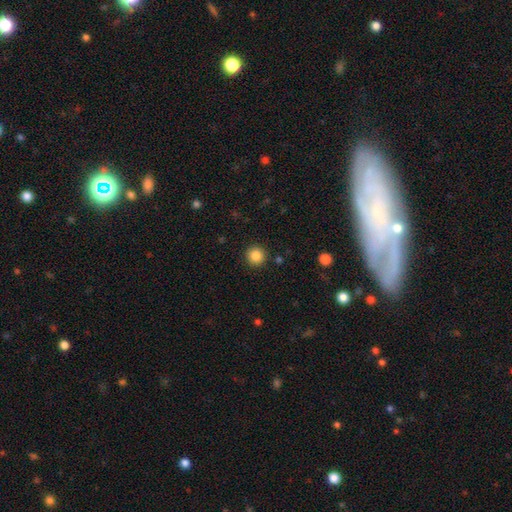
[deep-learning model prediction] Smooth or featured?
  - smooth: 86% *
  - star or artifact: 11%
  - featured or disk: 3%
How rounded?
  - round: 95% *
  - in between: 4%
  - cigar-shaped: 1%
Merging?
  - none: 91% *
  - minor disturbance: 5%
  - major disturbance: 2%
  - merger: 1%